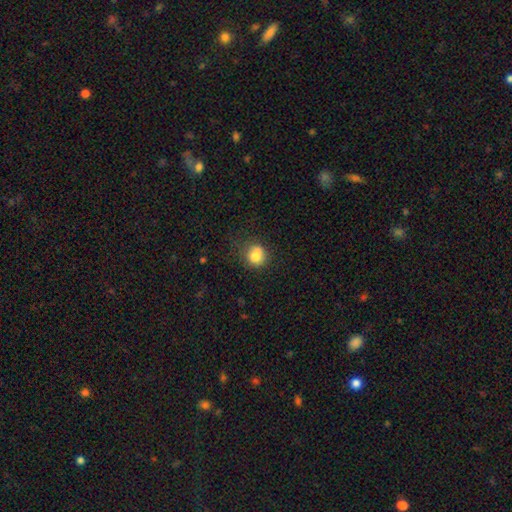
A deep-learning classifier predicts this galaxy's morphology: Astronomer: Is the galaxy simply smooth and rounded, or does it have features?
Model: smooth — 79%.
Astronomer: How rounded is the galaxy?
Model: round — 82%.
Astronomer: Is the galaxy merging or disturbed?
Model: none — 61%.